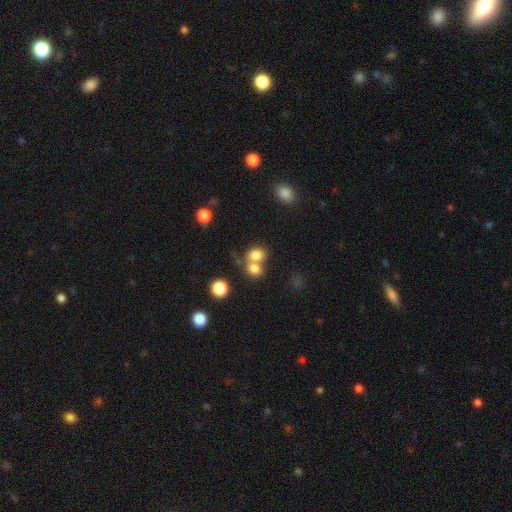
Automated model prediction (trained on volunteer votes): smooth-or-featured: smooth: 78% | star or artifact: 11% | featured or disk: 11%
  how-rounded: in between: 51% | round: 48% | cigar-shaped: 1%
  merging: merger: 53% | none: 34% | minor disturbance: 8% | major disturbance: 4%